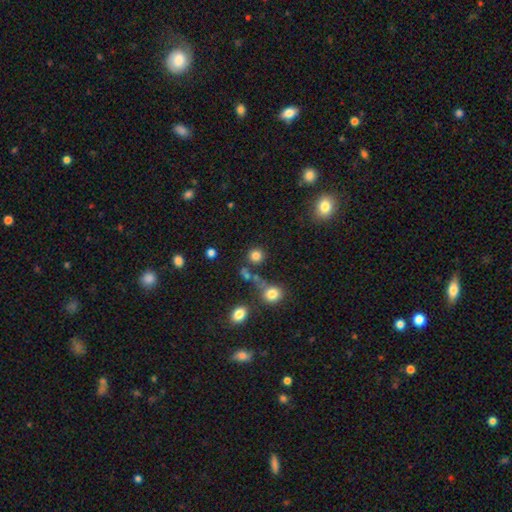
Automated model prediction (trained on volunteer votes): smooth-or-featured: smooth: 79% | star or artifact: 14% | featured or disk: 6%
  how-rounded: round: 89% | in between: 10% | cigar-shaped: 1%
  merging: none: 72% | merger: 13% | minor disturbance: 10% | major disturbance: 5%